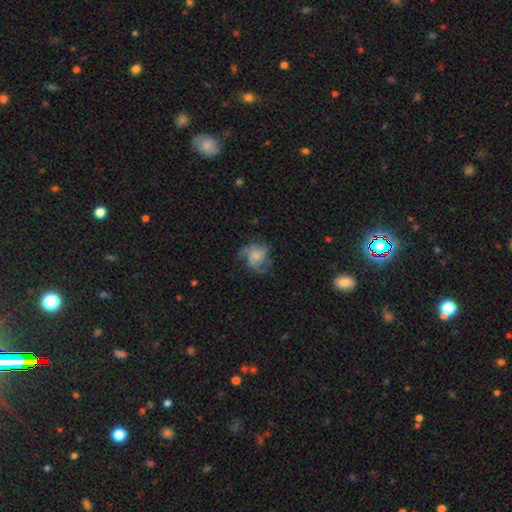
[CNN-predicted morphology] Smooth or featured?
  - featured or disk: 58% *
  - smooth: 33%
  - star or artifact: 9%
Edge-on disk?
  - no: 98% *
  - yes: 2%
Bar?
  - no: 75% *
  - weak: 22%
  - strong: 3%
Spiral arms?
  - yes: 83% *
  - no: 17%
Bulge size?
  - moderate: 35% *
  - small: 28%
  - none: 19%
  - large: 16%
  - dominant: 3%
Merging?
  - none: 52% *
  - minor disturbance: 24%
  - major disturbance: 23%
  - merger: 2%